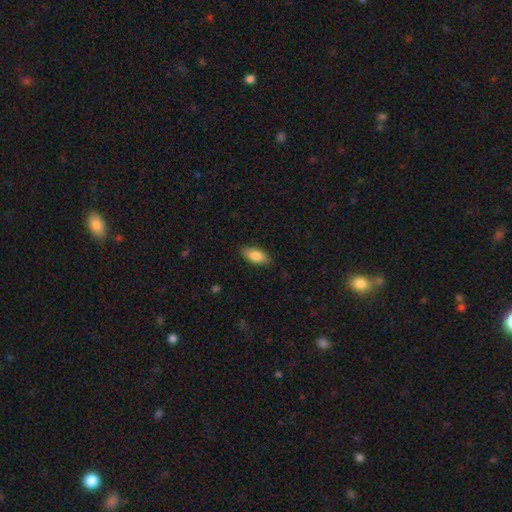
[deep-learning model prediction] A smooth galaxy with no disk features (81%) that is in between round and cigar-shaped (84%).

Vote fractions:
- Smooth or featured? smooth: 81% / featured or disk: 12% / star or artifact: 6%
- How rounded? in between: 84% / cigar-shaped: 13% / round: 3%
- Merging? none: 85% / minor disturbance: 12% / major disturbance: 2% / merger: 1%